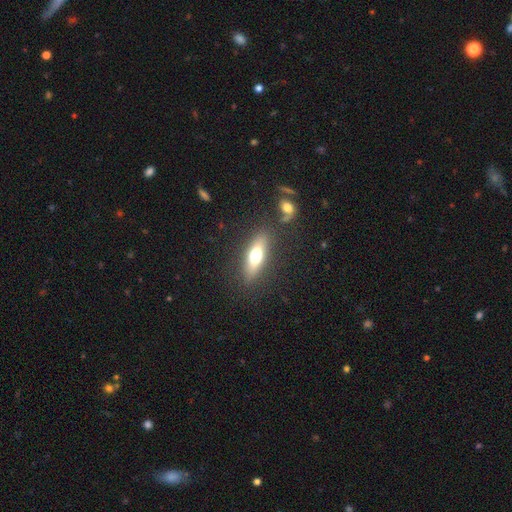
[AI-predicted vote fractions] A smooth galaxy with no disk features (58%) that is cigar-shaped (50%).

Vote fractions:
- Smooth or featured? smooth: 58% / featured or disk: 34% / star or artifact: 8%
- How rounded? cigar-shaped: 50% / in between: 46% / round: 3%
- Merging? none: 83% / minor disturbance: 10% / major disturbance: 3% / merger: 3%